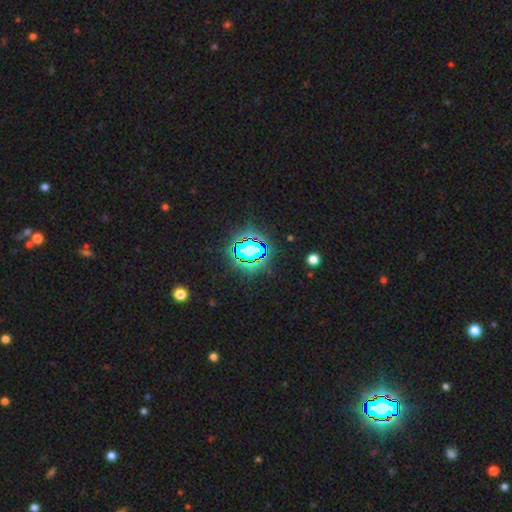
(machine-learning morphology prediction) smooth-or-featured: star or artifact: 70% | smooth: 19% | featured or disk: 11%